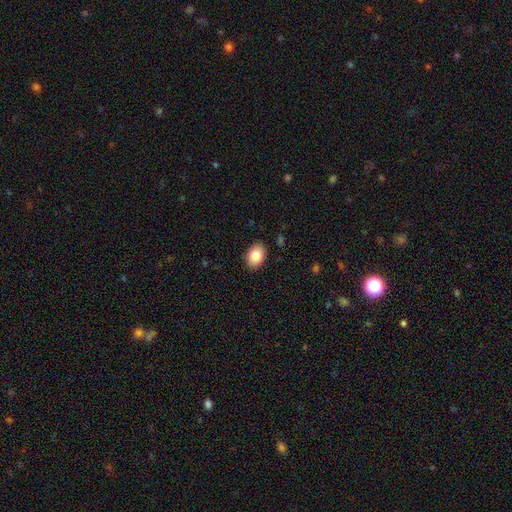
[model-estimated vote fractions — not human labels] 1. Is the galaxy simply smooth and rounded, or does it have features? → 85% smooth, 8% featured or disk, 7% star or artifact.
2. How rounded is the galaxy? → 83% in between, 16% round, 1% cigar-shaped.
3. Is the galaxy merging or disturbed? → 89% none, 8% minor disturbance, 2% major disturbance, 1% merger.